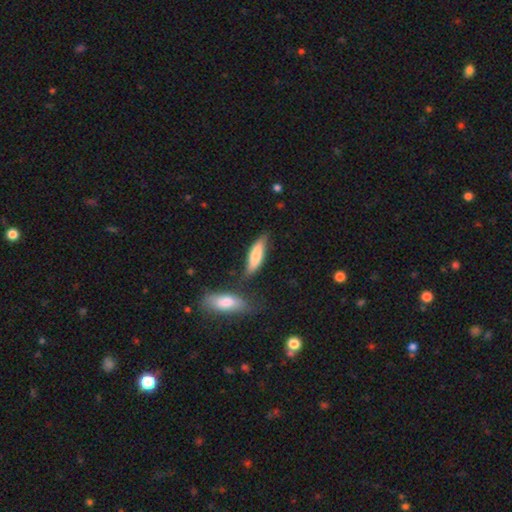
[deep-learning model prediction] Smooth or featured? Predicted: smooth (p=0.74). How rounded? Predicted: cigar-shaped (p=0.56). Merging? Predicted: none (p=0.59).